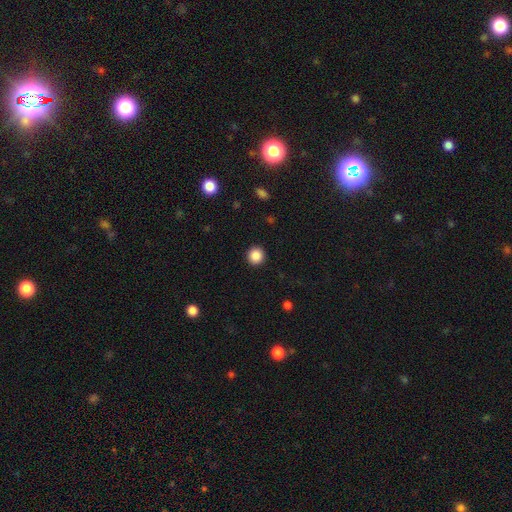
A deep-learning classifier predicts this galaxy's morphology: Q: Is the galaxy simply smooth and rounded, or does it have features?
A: smooth — 87%.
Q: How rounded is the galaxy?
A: round — 95%.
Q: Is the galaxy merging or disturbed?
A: none — 93%.